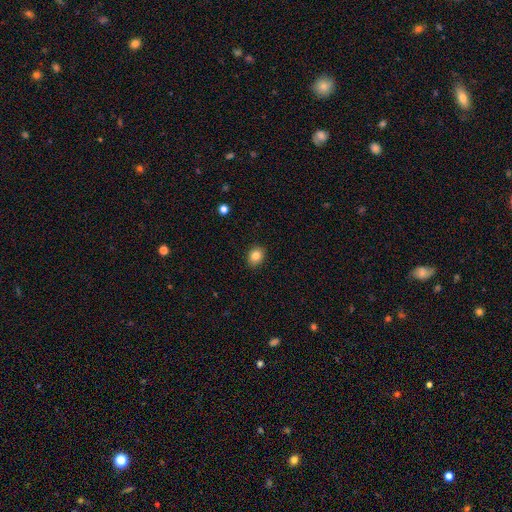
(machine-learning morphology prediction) Smooth or featured: smooth — 84% (star or artifact — 10%)
How rounded: round — 51% (in between — 48%)
Merging: none — 89% (minor disturbance — 8%)